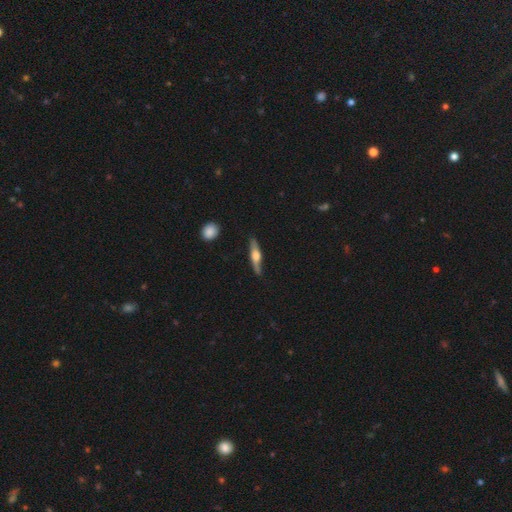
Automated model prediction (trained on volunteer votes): The model was most divided on "smooth or featured": featured or disk: 65%, smooth: 30%, star or artifact: 5%. More confident: edge-on disk — yes (95%); edge-on bulge — rounded (90%); merging — none (83%).